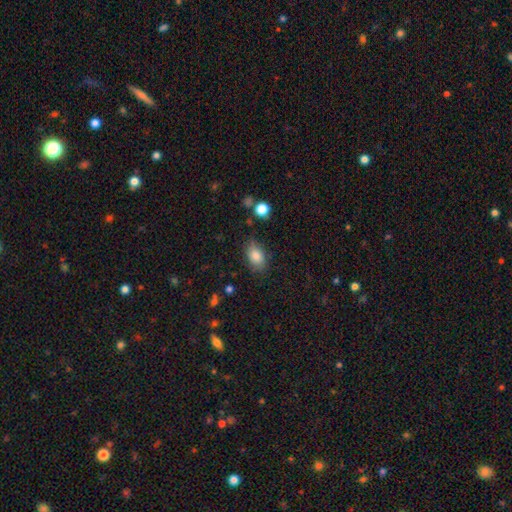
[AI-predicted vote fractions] smooth_or_featured: smooth (p=0.85) [alt: star or artifact p=0.09]
how_rounded: in between (p=0.85) [alt: round p=0.13]
merging: none (p=0.75) [alt: minor disturbance p=0.18]